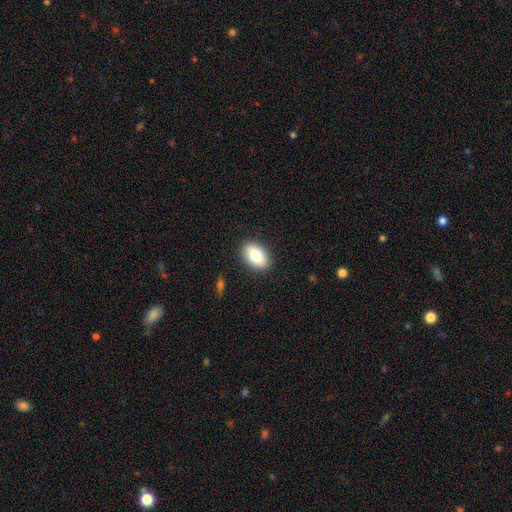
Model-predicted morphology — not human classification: Smooth or featured? Predicted: smooth (p=0.80). How rounded? Predicted: in between (p=0.87). Merging? Predicted: none (p=0.89).